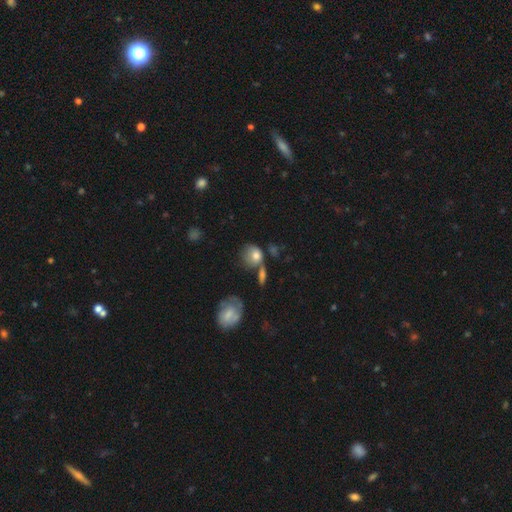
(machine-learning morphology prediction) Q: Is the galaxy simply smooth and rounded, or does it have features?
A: smooth — 75%.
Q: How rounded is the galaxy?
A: round — 66%.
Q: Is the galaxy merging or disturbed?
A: none — 44%.